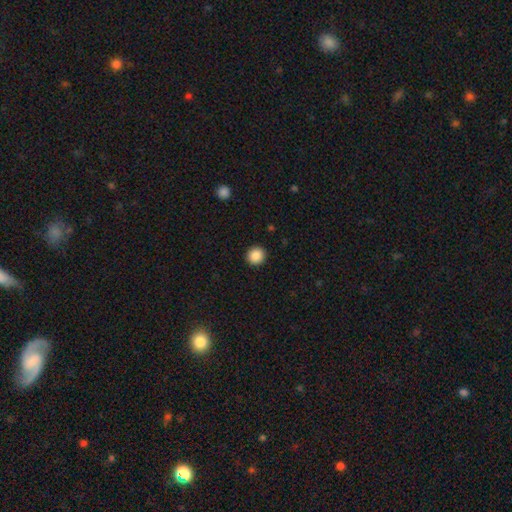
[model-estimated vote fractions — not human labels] smooth_or_featured: smooth (p=0.87) [alt: star or artifact p=0.09]
how_rounded: round (p=0.92) [alt: in between p=0.07]
merging: none (p=0.92) [alt: minor disturbance p=0.05]